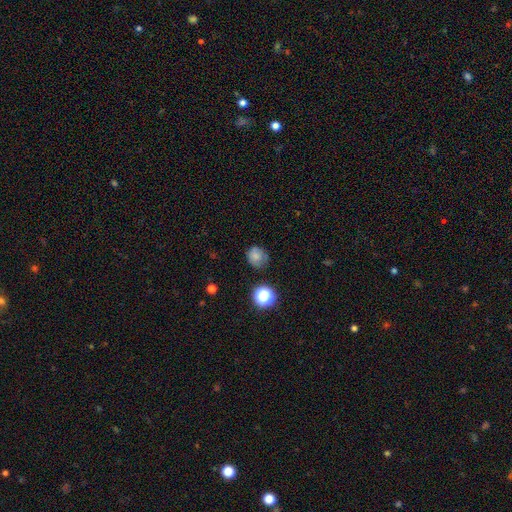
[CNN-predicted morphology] A smooth galaxy with no disk features (77%) that is round (81%).

Vote fractions:
- Smooth or featured? smooth: 77% / star or artifact: 15% / featured or disk: 8%
- How rounded? round: 81% / in between: 18% / cigar-shaped: 1%
- Merging? none: 71% / minor disturbance: 20% / major disturbance: 6% / merger: 3%